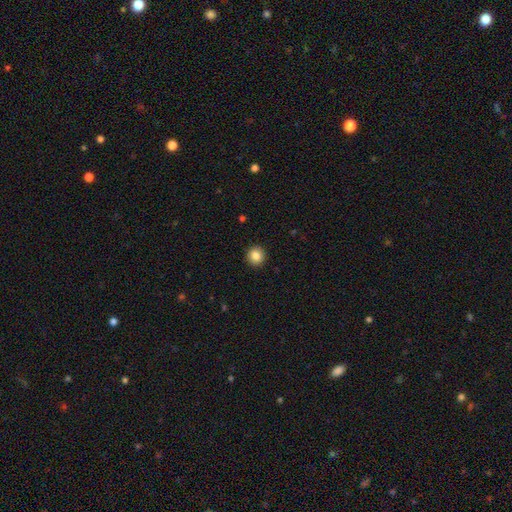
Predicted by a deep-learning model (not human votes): smooth_or_featured: smooth (p=0.85) [alt: star or artifact p=0.10]
how_rounded: round (p=0.94) [alt: in between p=0.05]
merging: none (p=0.93) [alt: minor disturbance p=0.04]